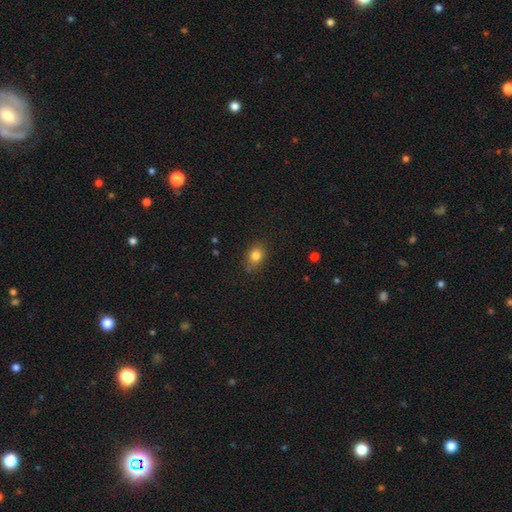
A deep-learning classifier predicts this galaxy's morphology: Overall: smooth (81%). How rounded: in between (63%; round 35%). Merging: none (81%).